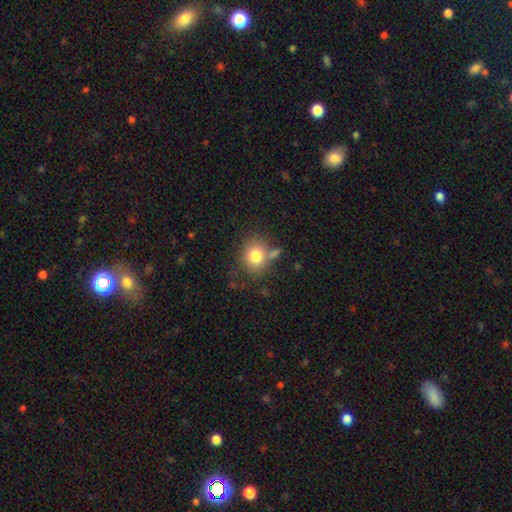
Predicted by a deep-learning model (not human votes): This appears to be a smooth galaxy with no disk features (79%) that is round (65%). Merging: none (65%).